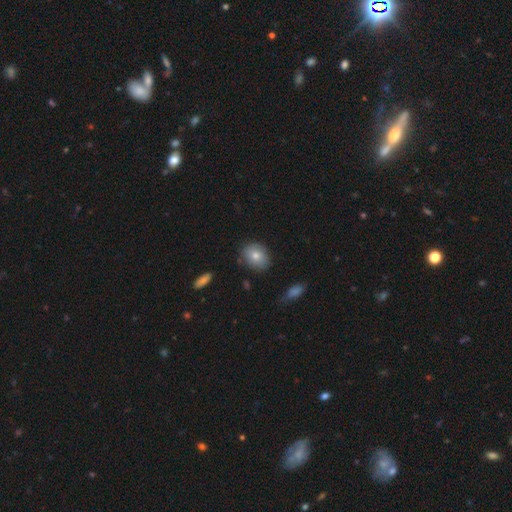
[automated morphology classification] The model was most divided on "how rounded": in between: 51%, round: 48%, cigar-shaped: 1%. More confident: merging — none (79%); smooth or featured — smooth (78%).